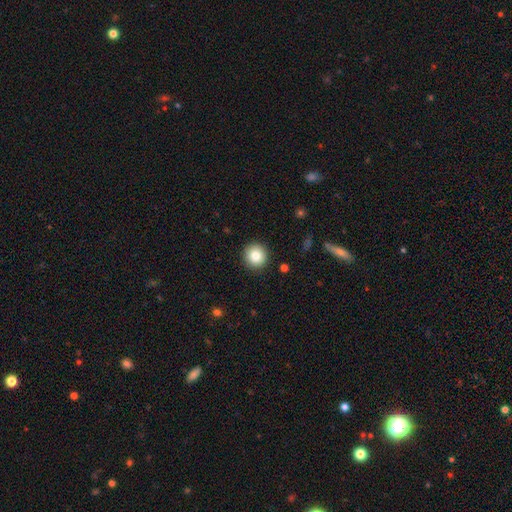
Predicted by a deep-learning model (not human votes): This is clearly a smooth galaxy (83%). How rounded: clearly round (94%). Merging: clearly none (92%).